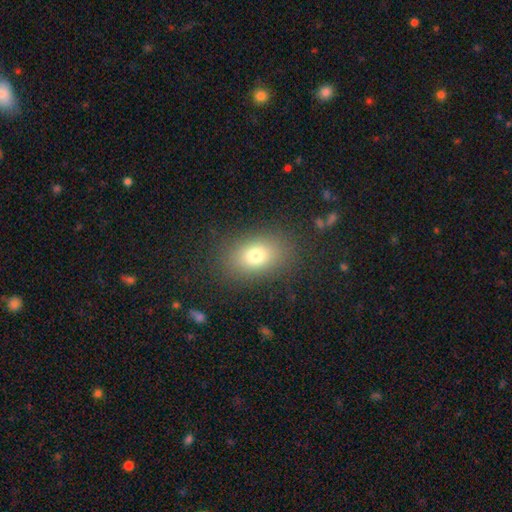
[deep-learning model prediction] smooth-or-featured: smooth: 76% | star or artifact: 12% | featured or disk: 12%
  how-rounded: in between: 78% | round: 20% | cigar-shaped: 2%
  merging: none: 85% | minor disturbance: 9% | major disturbance: 5% | merger: 1%